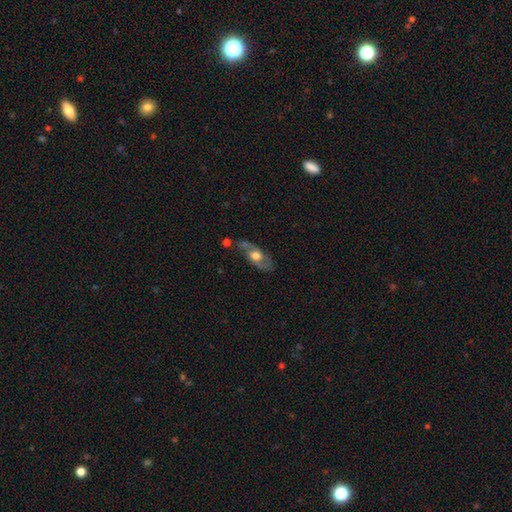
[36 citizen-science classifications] Q: Smooth or featured?
A: featured or disk (72%); runner-up: smooth (28%)
Q: Edge-on disk?
A: no (85%); runner-up: yes (15%)
Q: Bar?
A: no (73%); runner-up: weak (27%)
Q: Spiral arms?
A: yes (73%); runner-up: no (27%)
Q: Spiral winding?
A: medium (62%); runner-up: loose (31%)
Q: Spiral arm count?
A: 2 (81%); runner-up: can't tell (19%)
Q: Bulge size?
A: moderate (59%); runner-up: large (41%)
Q: Merging?
A: none (67%); runner-up: minor disturbance (33%)